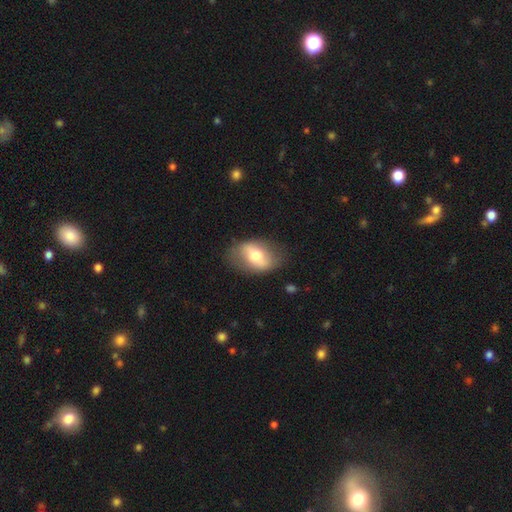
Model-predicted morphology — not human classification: Smooth or featured: smooth — 51% (featured or disk — 43%)
How rounded: in between — 84% (round — 14%)
Merging: none — 77% (minor disturbance — 16%)